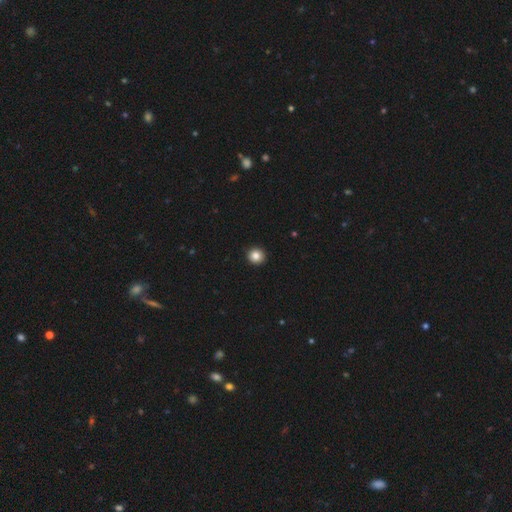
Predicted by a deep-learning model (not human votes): Smooth or featured?
  - smooth: 85% *
  - star or artifact: 10%
  - featured or disk: 5%
How rounded?
  - round: 94% *
  - in between: 6%
  - cigar-shaped: 1%
Merging?
  - none: 93% *
  - minor disturbance: 4%
  - major disturbance: 1%
  - merger: 1%